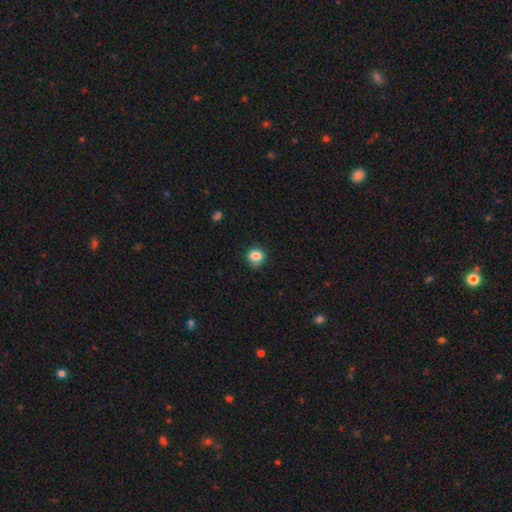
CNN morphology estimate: Smooth or featured? smooth (84%)
How rounded? round (77%)
Merging? none (72%)